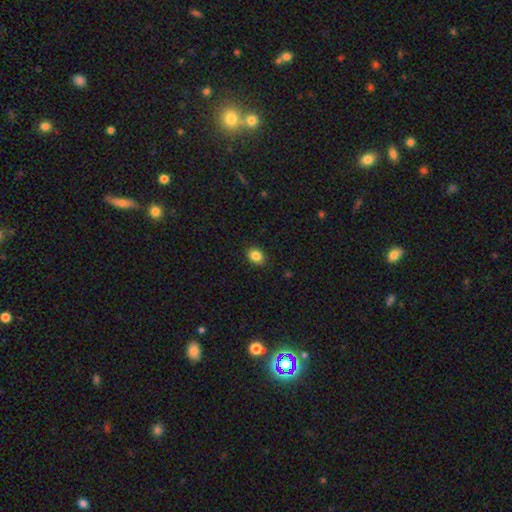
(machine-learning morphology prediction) Smooth or featured: smooth — 85% (star or artifact — 10%)
How rounded: in between — 57% (round — 42%)
Merging: none — 89% (minor disturbance — 8%)